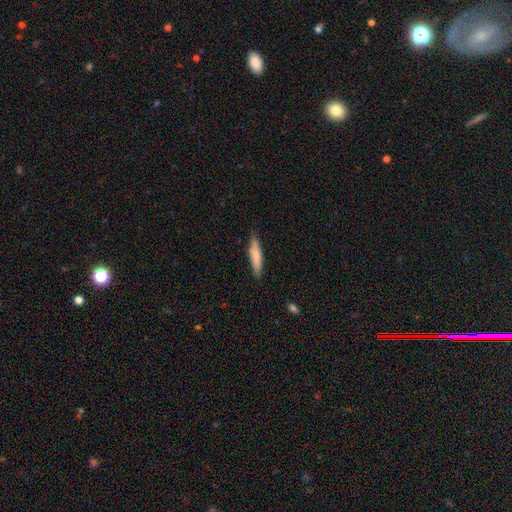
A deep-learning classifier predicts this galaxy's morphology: This is likely a smooth galaxy (77%). How rounded: clearly cigar-shaped (86%). Merging: clearly none (84%).